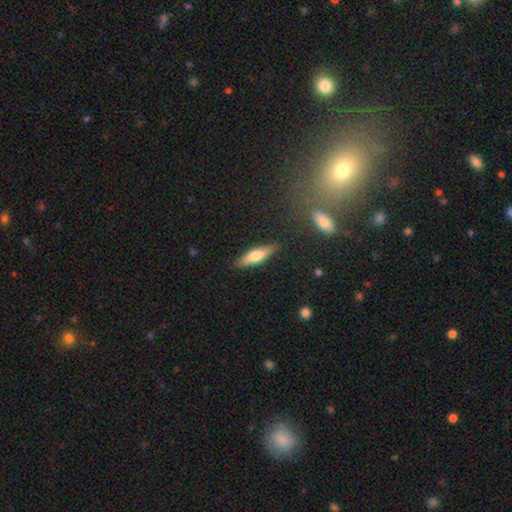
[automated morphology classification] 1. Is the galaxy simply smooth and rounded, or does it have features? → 62% smooth, 32% featured or disk, 6% star or artifact.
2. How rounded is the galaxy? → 62% cigar-shaped, 36% in between, 2% round.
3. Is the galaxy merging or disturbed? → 87% none, 10% minor disturbance, 2% major disturbance, 1% merger.